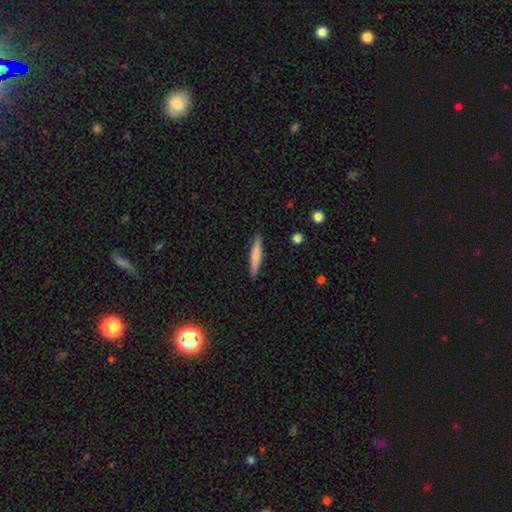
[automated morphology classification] type=smooth (70%); roundness=cigar-shaped (93%); merging=none (90%).